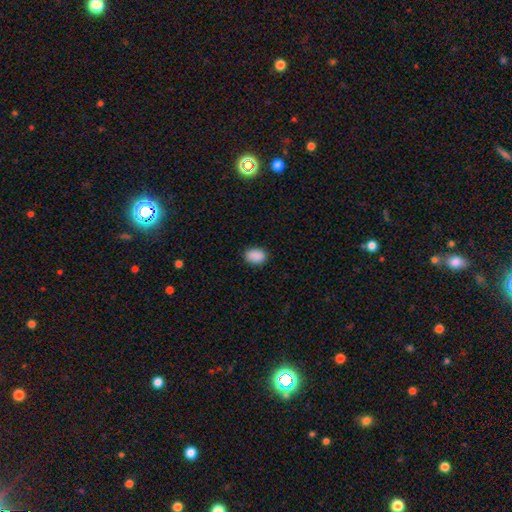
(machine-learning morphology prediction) smooth-or-featured: smooth: 89% | star or artifact: 8% | featured or disk: 3%
  how-rounded: in between: 77% | round: 22% | cigar-shaped: 1%
  merging: none: 85% | minor disturbance: 12% | major disturbance: 2% | merger: 1%